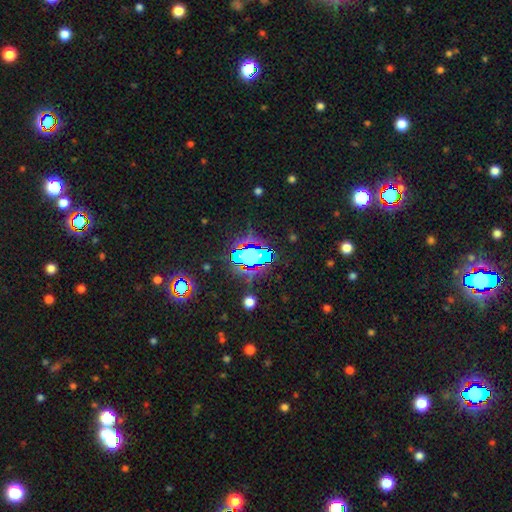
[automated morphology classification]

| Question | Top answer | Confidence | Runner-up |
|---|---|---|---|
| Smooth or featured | star or artifact | 60% | smooth (25%) |